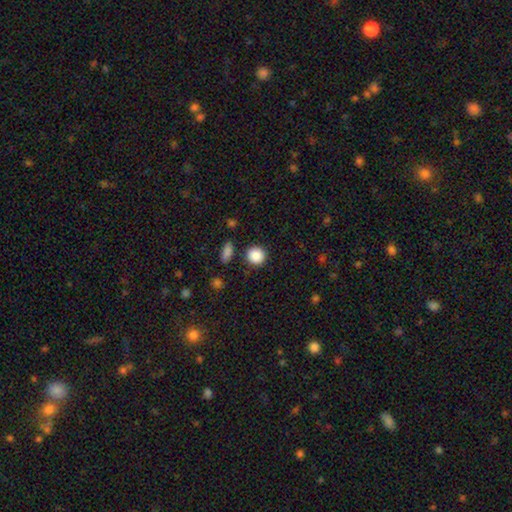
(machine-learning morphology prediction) Smooth or featured?
  - smooth: 88% *
  - star or artifact: 9%
  - featured or disk: 3%
How rounded?
  - round: 91% *
  - in between: 8%
  - cigar-shaped: 1%
Merging?
  - none: 87% *
  - minor disturbance: 7%
  - merger: 3%
  - major disturbance: 3%